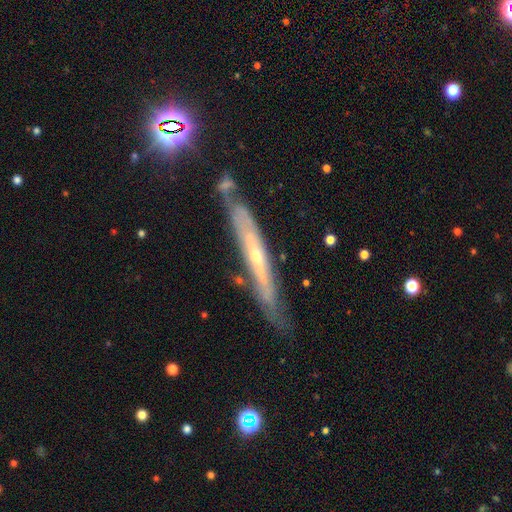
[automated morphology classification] featured or disk 75%, smooth 16%, star or artifact 8%. Down the decision tree: edge-on disk — yes (76%); edge-on bulge — rounded (58%); merging — none (68%).